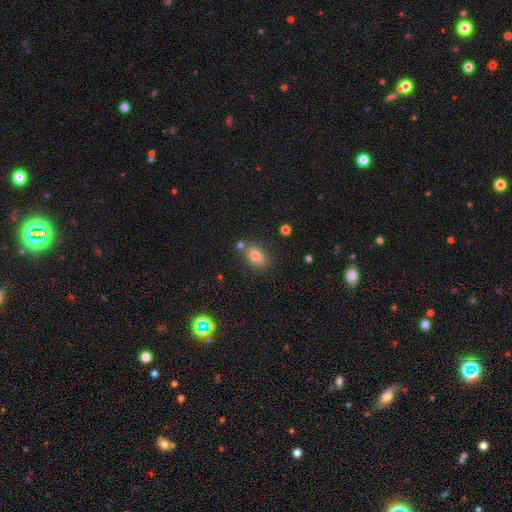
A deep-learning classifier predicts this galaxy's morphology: Smooth or featured? smooth (78%)
How rounded? in between (83%)
Merging? none (77%)